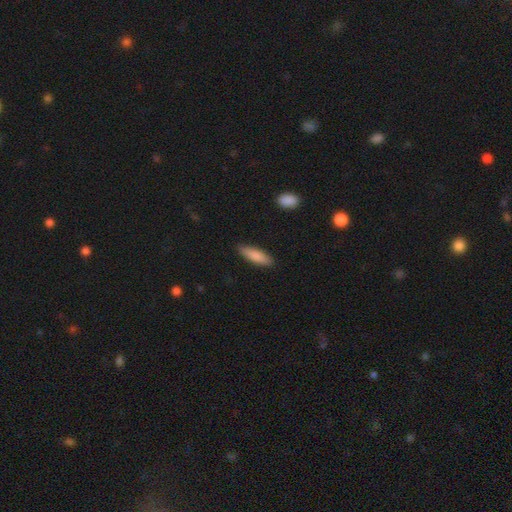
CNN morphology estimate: This appears to be a smooth galaxy with no disk features (84%) that is cigar-shaped (56%). Merging: none (86%).